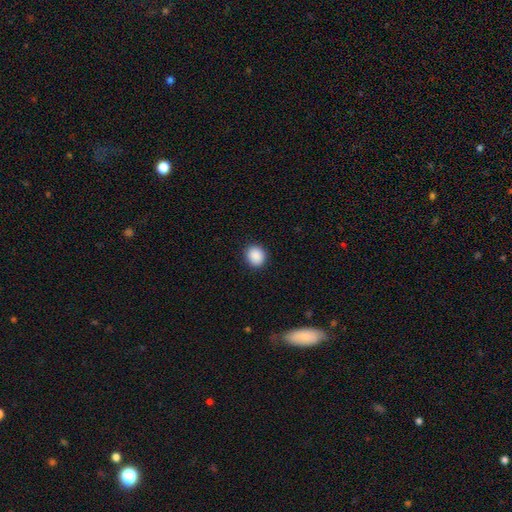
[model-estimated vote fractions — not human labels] This appears to be a smooth galaxy with no disk features (89%) that is round (76%). Merging: none (90%).